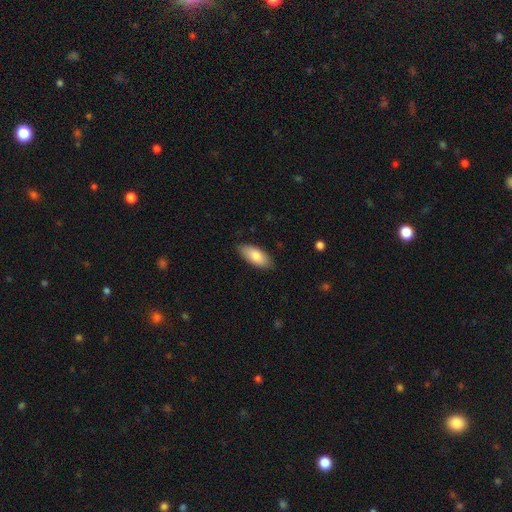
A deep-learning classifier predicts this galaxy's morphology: Overall: smooth (83%). How rounded: in between (87%). Merging: none (83%).